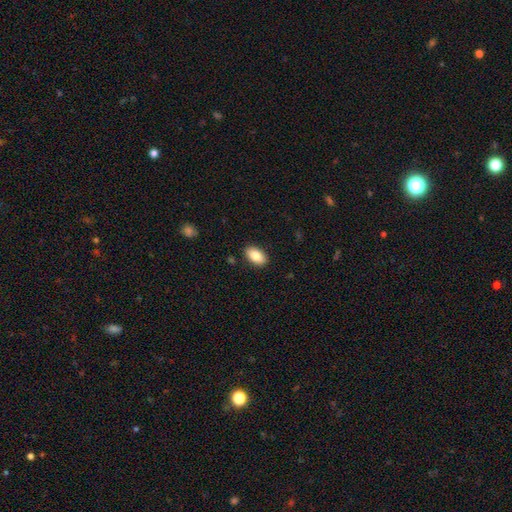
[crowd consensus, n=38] This is clearly a smooth galaxy (92%). How rounded: clearly in between (97%). Merging: clearly none (95%).